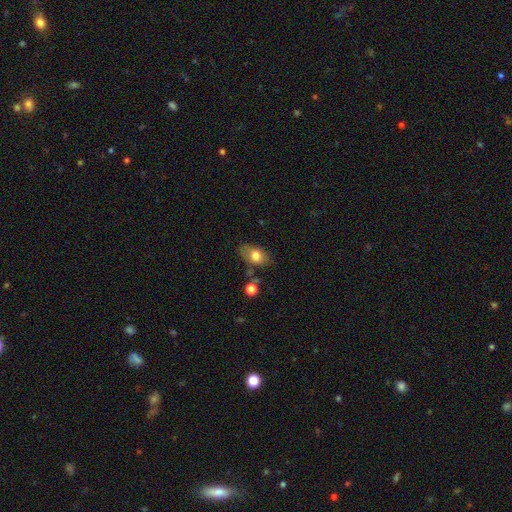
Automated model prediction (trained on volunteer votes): Q: Smooth or featured?
A: smooth (74%); runner-up: featured or disk (18%)
Q: How rounded?
A: in between (84%); runner-up: round (14%)
Q: Merging?
A: none (66%); runner-up: minor disturbance (21%)